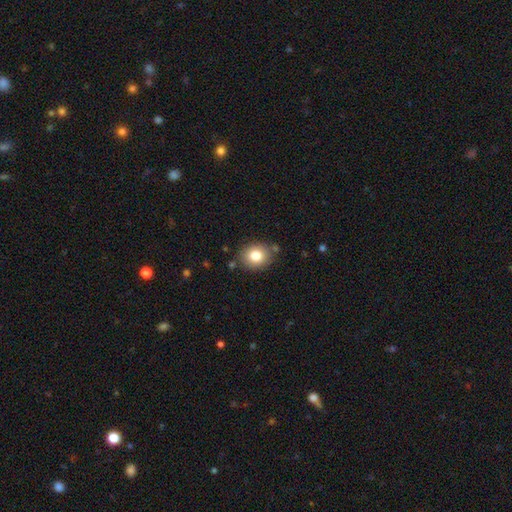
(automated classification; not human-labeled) Smooth or featured? smooth (80%)
How rounded? round (66%)
Merging? none (82%)